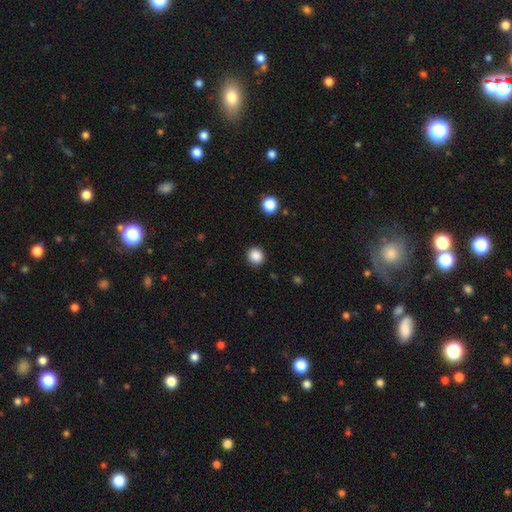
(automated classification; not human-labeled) Smooth or featured? smooth (86%)
How rounded? round (85%)
Merging? none (90%)